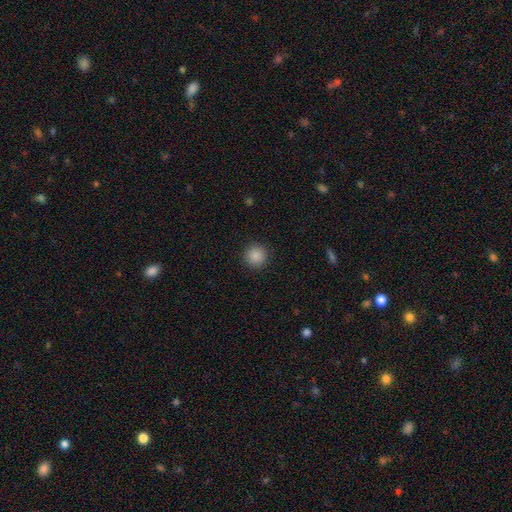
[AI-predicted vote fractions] This appears to be a smooth galaxy with no disk features (88%) that is round (95%). Merging: none (92%).